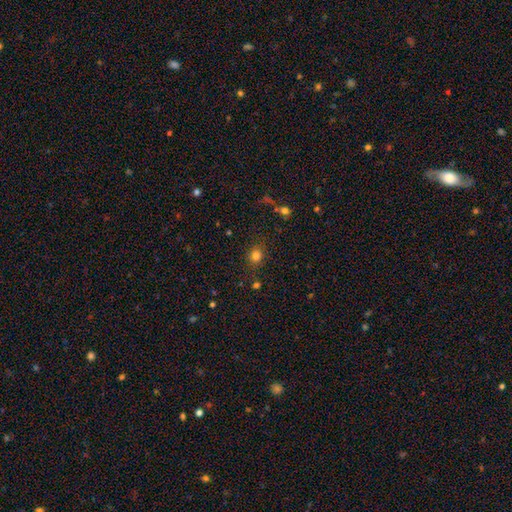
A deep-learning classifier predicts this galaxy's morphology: smooth_or_featured: smooth (p=0.79) [alt: star or artifact p=0.16]
how_rounded: round (p=0.79) [alt: in between p=0.20]
merging: none (p=0.83) [alt: minor disturbance p=0.10]